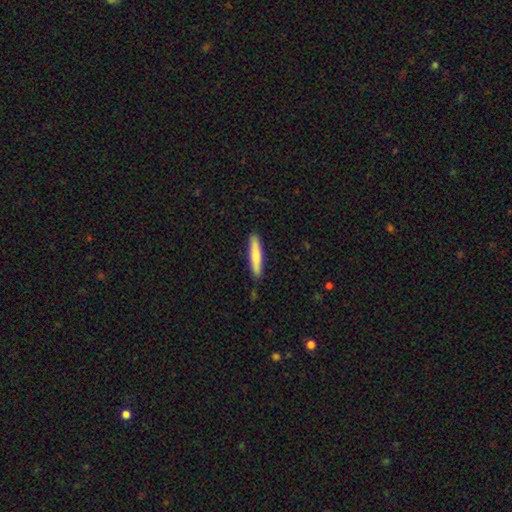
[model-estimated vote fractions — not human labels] A smooth galaxy with no disk features (72%) that is cigar-shaped (89%). Merging: none (89%).